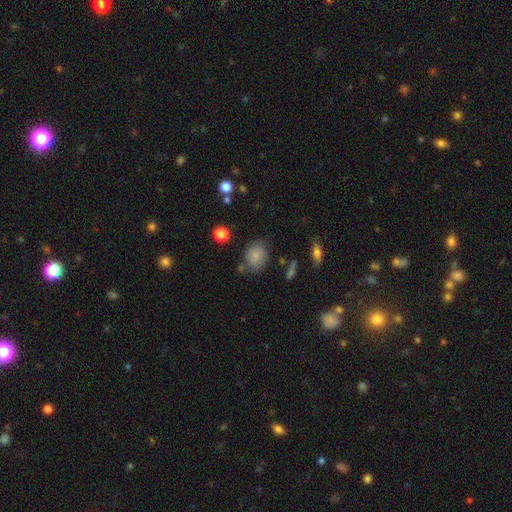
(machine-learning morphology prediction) smooth_or_featured: smooth (p=0.82) [alt: star or artifact p=0.10]
how_rounded: in between (p=0.53) [alt: round p=0.46]
merging: none (p=0.69) [alt: minor disturbance p=0.19]